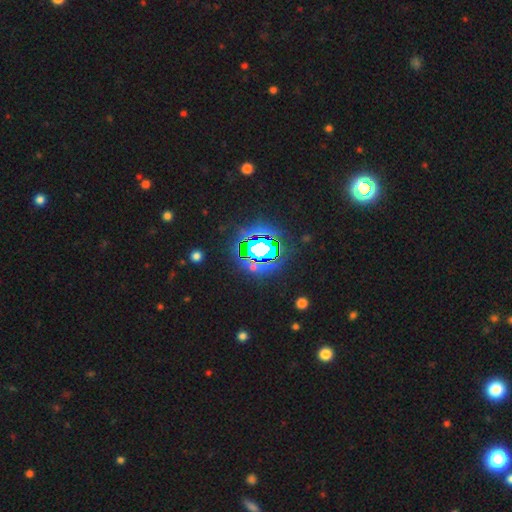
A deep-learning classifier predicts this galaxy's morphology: smooth-or-featured: star or artifact: 71% | smooth: 16% | featured or disk: 13%